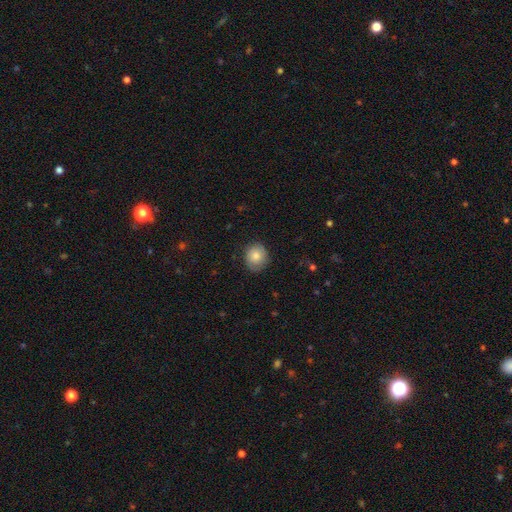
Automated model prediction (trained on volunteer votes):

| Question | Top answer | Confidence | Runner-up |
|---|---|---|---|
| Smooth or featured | smooth | 81% | featured or disk (11%) |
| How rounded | round | 79% | in between (21%) |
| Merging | none | 80% | minor disturbance (15%) |